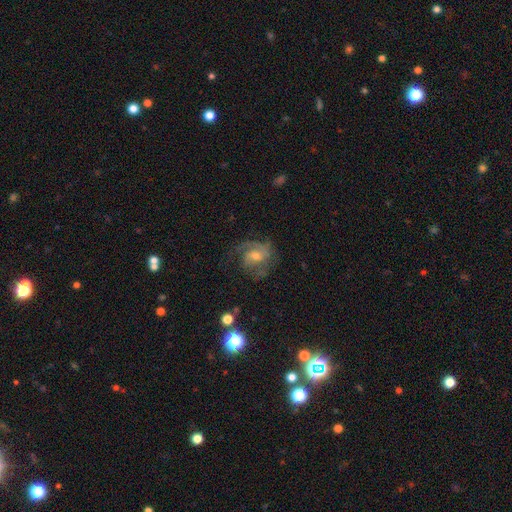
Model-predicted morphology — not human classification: Smooth or featured? featured or disk (77%)
Edge-on disk? no (97%)
Bar? no (59%)
Spiral arms? yes (92%)
Spiral winding? medium (45%)
Spiral arm count? 2 (34%)
Bulge size? moderate (52%)
Merging? none (62%)